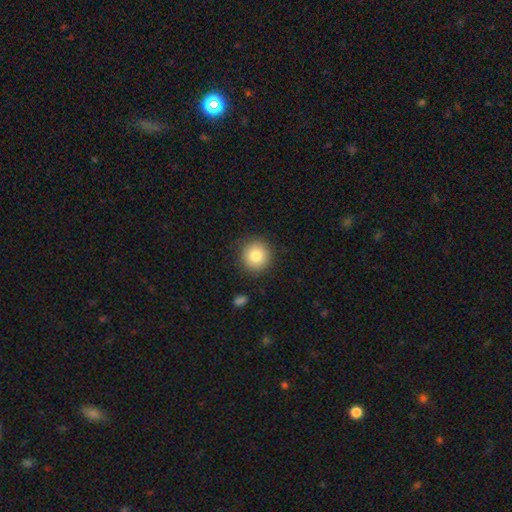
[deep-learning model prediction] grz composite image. It shows a smooth galaxy with no disk features (82%) that is round (94%). Merging: none (89%).